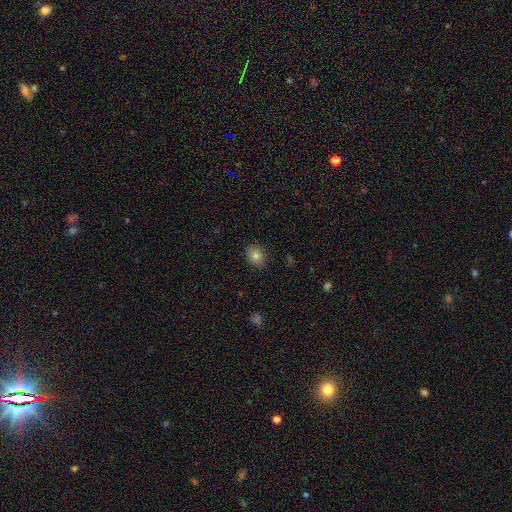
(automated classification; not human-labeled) Smooth or featured? Predicted: smooth (p=0.81). How rounded? Predicted: round (p=0.51). Merging? Predicted: none (p=0.87).